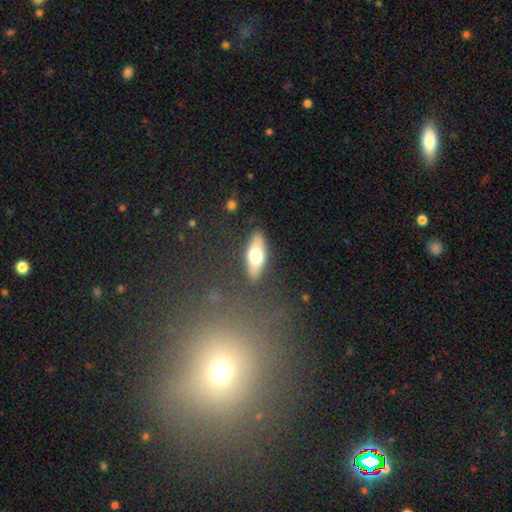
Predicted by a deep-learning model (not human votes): The model was most divided on "smooth or featured": smooth: 59%, featured or disk: 35%, star or artifact: 6%. More confident: merging — none (86%); how rounded — in between (66%).